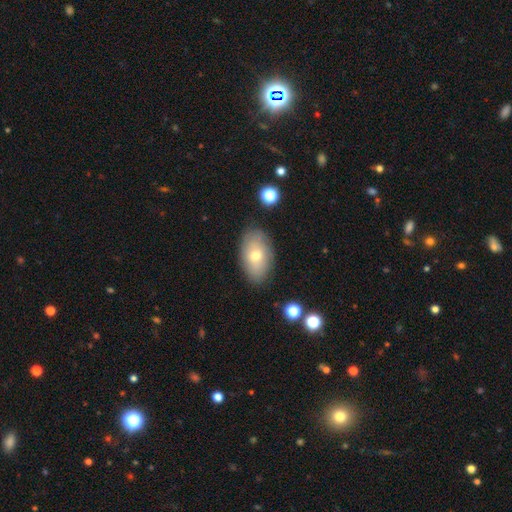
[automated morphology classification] smooth_or_featured: smooth (p=0.66) [alt: featured or disk p=0.26]
how_rounded: in between (p=0.91) [alt: round p=0.07]
merging: none (p=0.83) [alt: minor disturbance p=0.12]